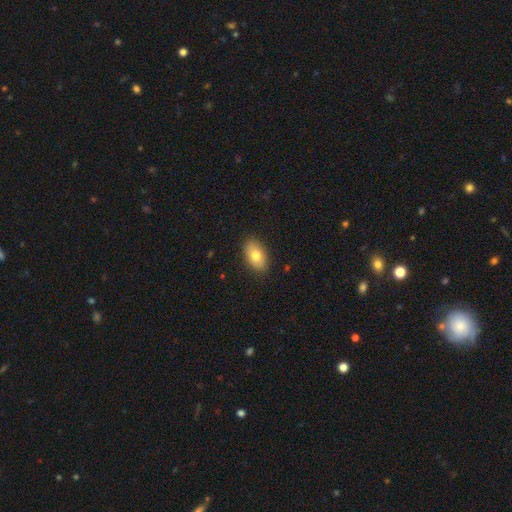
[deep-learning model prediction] Smooth or featured: smooth — 78% (featured or disk — 15%)
How rounded: in between — 91% (round — 6%)
Merging: none — 87% (minor disturbance — 10%)